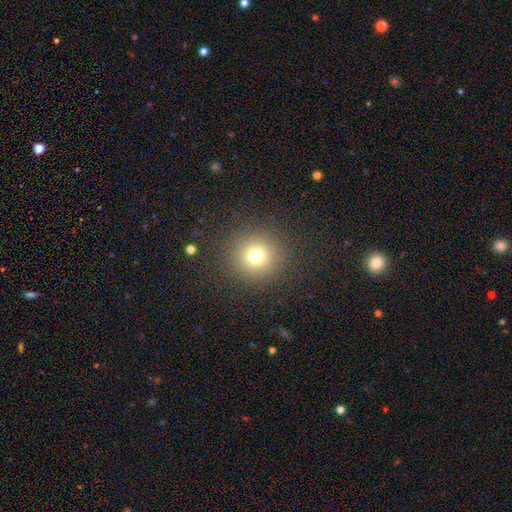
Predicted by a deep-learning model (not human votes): Overall: smooth (73%). How rounded: round (94%). Merging: none (90%).